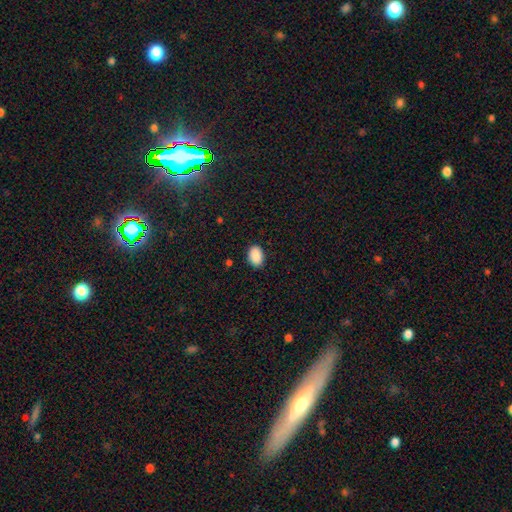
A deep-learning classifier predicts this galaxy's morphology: Smooth or featured? smooth (90%)
How rounded? in between (84%)
Merging? none (87%)